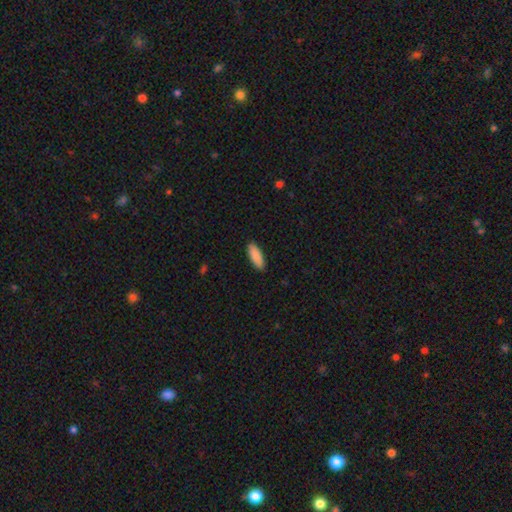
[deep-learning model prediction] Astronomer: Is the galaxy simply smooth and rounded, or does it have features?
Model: smooth — 90%.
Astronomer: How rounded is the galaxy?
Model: in between — 71%.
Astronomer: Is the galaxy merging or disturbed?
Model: none — 90%.